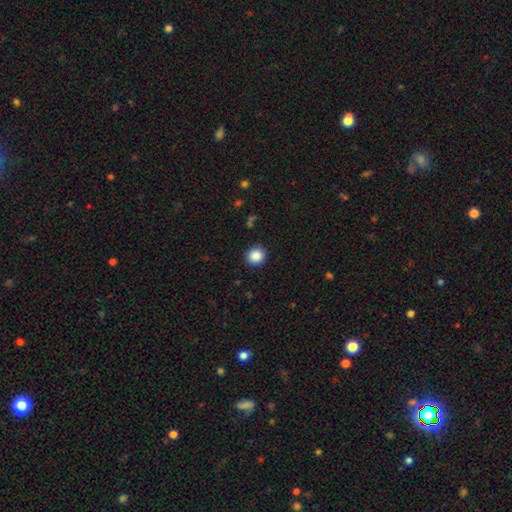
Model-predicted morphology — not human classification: A smooth galaxy with no disk features (88%) that is round (91%).

Vote fractions:
- Smooth or featured? smooth: 88% / star or artifact: 9% / featured or disk: 3%
- How rounded? round: 91% / in between: 8% / cigar-shaped: 1%
- Merging? none: 91% / minor disturbance: 6% / major disturbance: 2% / merger: 1%